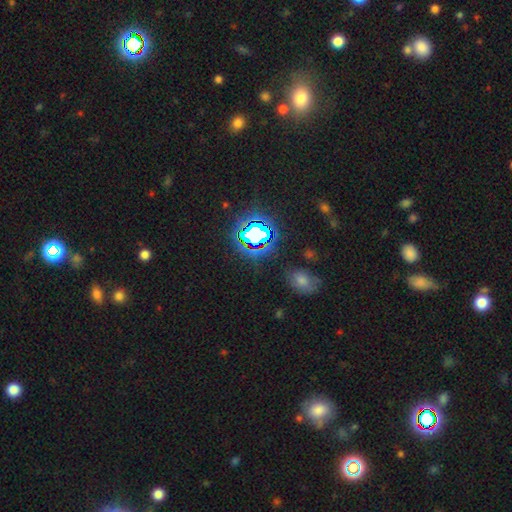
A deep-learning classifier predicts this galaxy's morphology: This is likely a star or artifact rather than a galaxy (76%).